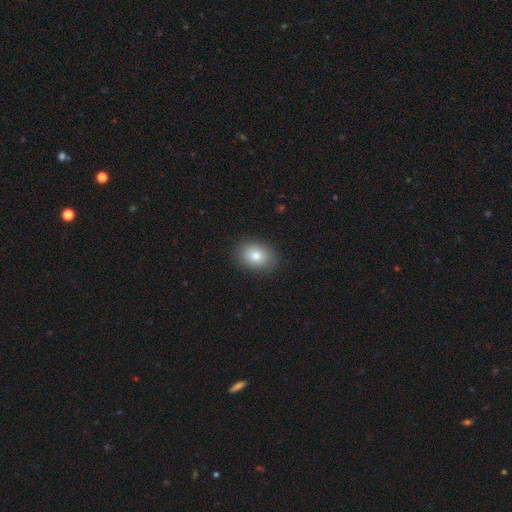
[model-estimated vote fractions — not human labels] This is clearly a smooth galaxy (81%). How rounded: likely in between (68%). Merging: clearly none (88%).